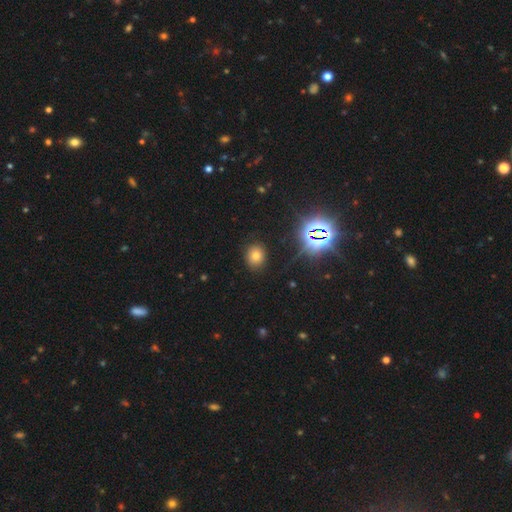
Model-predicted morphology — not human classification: This appears to be a smooth galaxy with no disk features (68%) that is round (66%). Merging: none (88%).